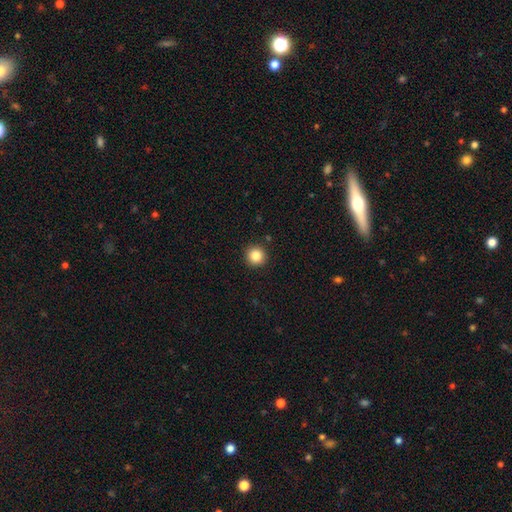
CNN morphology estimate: smooth_or_featured: smooth (p=0.85) [alt: star or artifact p=0.10]
how_rounded: round (p=0.95) [alt: in between p=0.04]
merging: none (p=0.92) [alt: minor disturbance p=0.05]